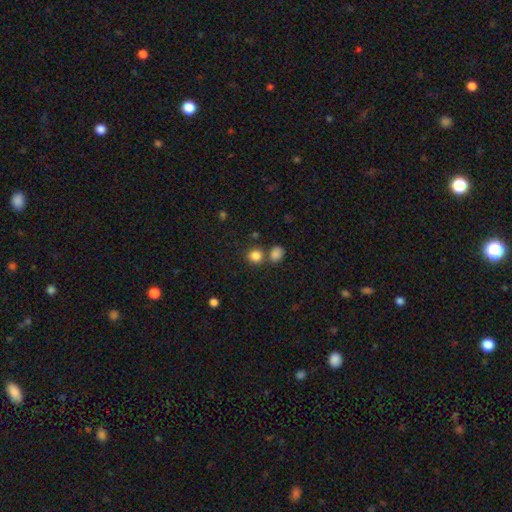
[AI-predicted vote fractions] The model was most divided on "merging": none: 68%, merger: 21%, minor disturbance: 8%, major disturbance: 3%. More confident: how rounded — round (86%); smooth or featured — smooth (83%).